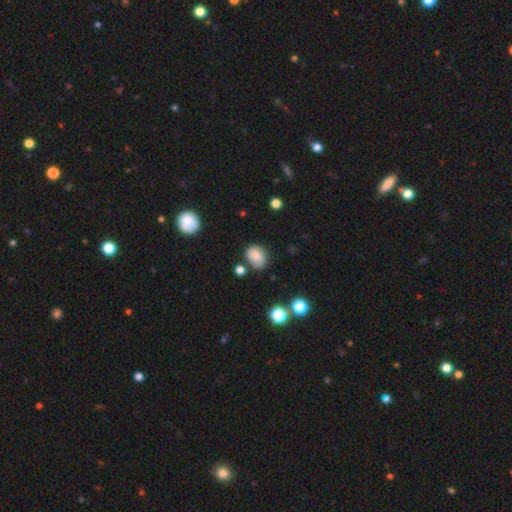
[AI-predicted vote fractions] Smooth or featured: smooth — 79% (star or artifact — 11%)
How rounded: in between — 58% (round — 41%)
Merging: none — 65% (minor disturbance — 24%)